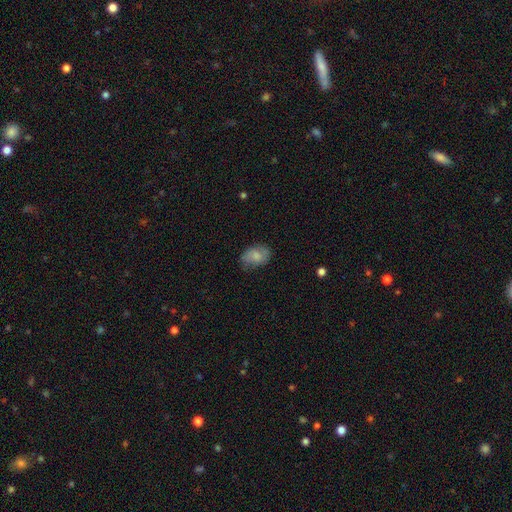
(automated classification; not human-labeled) Q: Smooth or featured?
A: smooth (69%); runner-up: featured or disk (23%)
Q: How rounded?
A: in between (84%); runner-up: round (15%)
Q: Merging?
A: none (71%); runner-up: minor disturbance (22%)